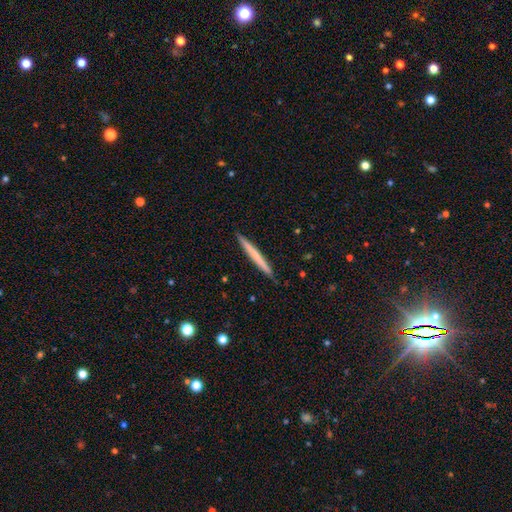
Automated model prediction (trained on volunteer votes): Smooth or featured: smooth — 58% (featured or disk — 36%)
How rounded: cigar-shaped — 97% (in between — 2%)
Merging: none — 92% (minor disturbance — 6%)